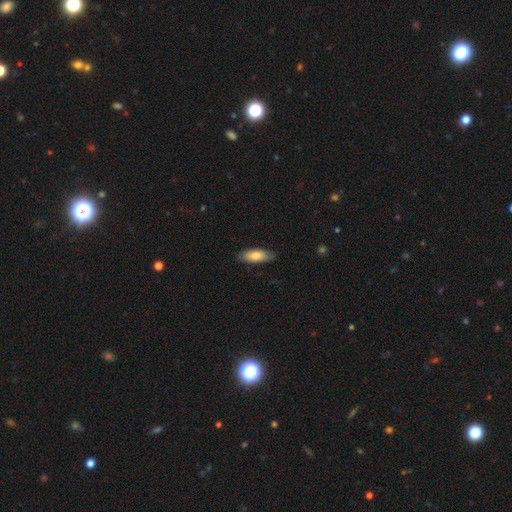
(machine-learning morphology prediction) Q: Smooth or featured?
A: smooth (80%); runner-up: featured or disk (14%)
Q: How rounded?
A: in between (71%); runner-up: cigar-shaped (27%)
Q: Merging?
A: none (85%); runner-up: minor disturbance (12%)